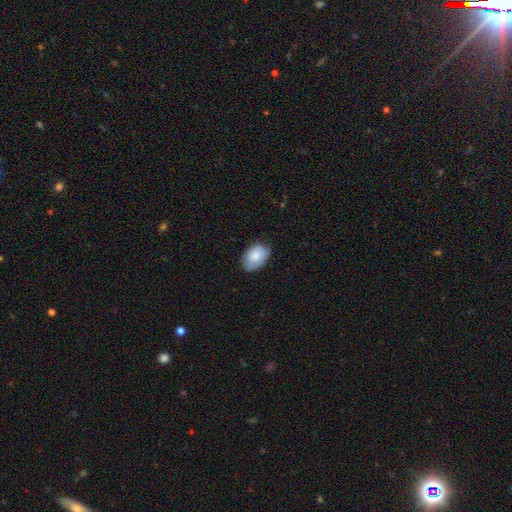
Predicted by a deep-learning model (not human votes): Smooth or featured? Predicted: smooth (p=0.83). How rounded? Predicted: in between (p=0.87). Merging? Predicted: none (p=0.68).